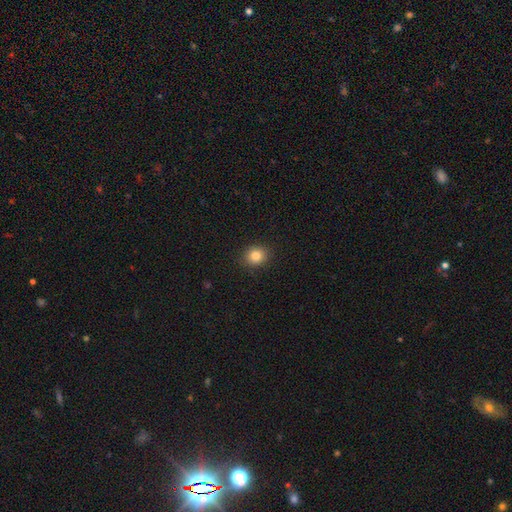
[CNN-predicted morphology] A smooth galaxy with no disk features (83%) that is round (76%). Merging: none (90%).